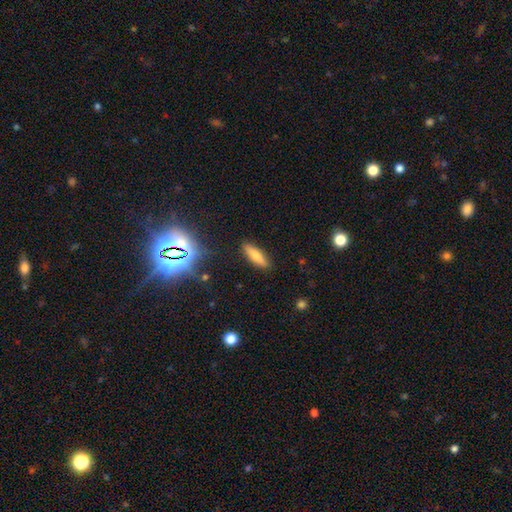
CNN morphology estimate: Q: Smooth or featured?
A: smooth (70%); runner-up: featured or disk (20%)
Q: How rounded?
A: cigar-shaped (56%); runner-up: in between (42%)
Q: Merging?
A: none (88%); runner-up: minor disturbance (9%)